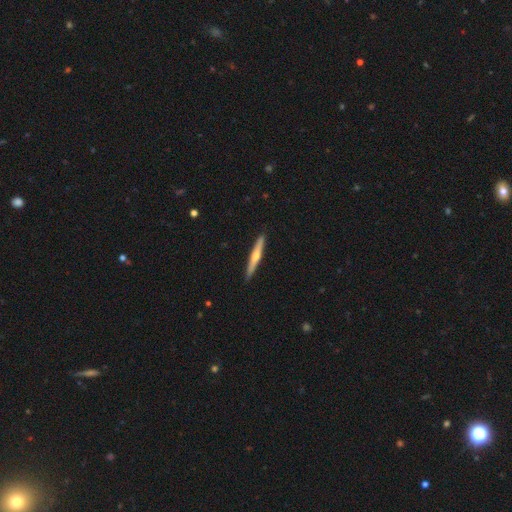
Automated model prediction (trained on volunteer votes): Smooth or featured?
  - featured or disk: 54% *
  - smooth: 41%
  - star or artifact: 5%
Edge-on disk?
  - yes: 97% *
  - no: 3%
Edge-on bulge?
  - rounded: 79% *
  - none: 16%
  - boxy: 5%
Merging?
  - none: 90% *
  - minor disturbance: 7%
  - major disturbance: 1%
  - merger: 1%